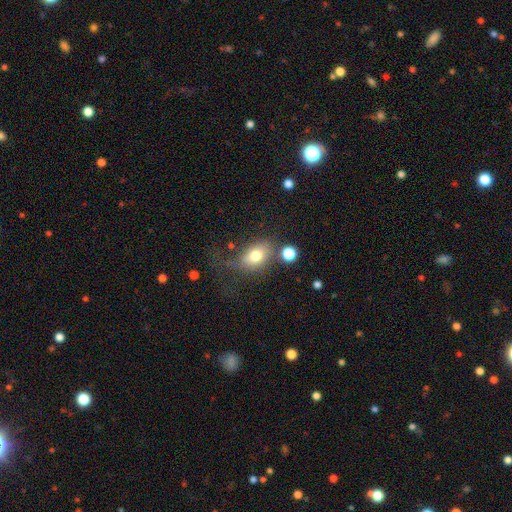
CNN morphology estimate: Q: Smooth or featured?
A: smooth (73%); runner-up: featured or disk (16%)
Q: How rounded?
A: in between (75%); runner-up: round (23%)
Q: Merging?
A: none (51%); runner-up: minor disturbance (22%)